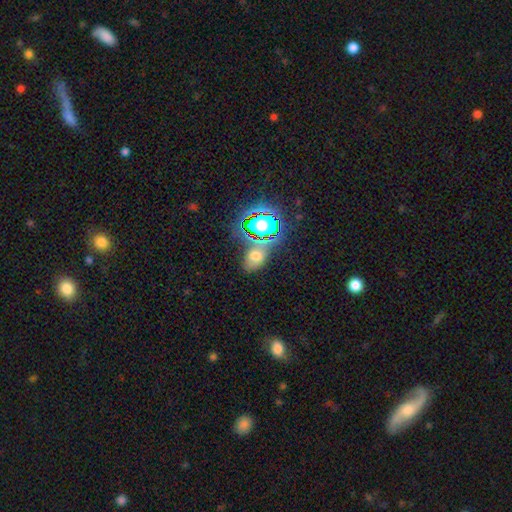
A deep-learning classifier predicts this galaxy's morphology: Q: Smooth or featured?
A: smooth (54%); runner-up: star or artifact (31%)
Q: How rounded?
A: in between (79%); runner-up: round (19%)
Q: Merging?
A: none (56%); runner-up: minor disturbance (18%)